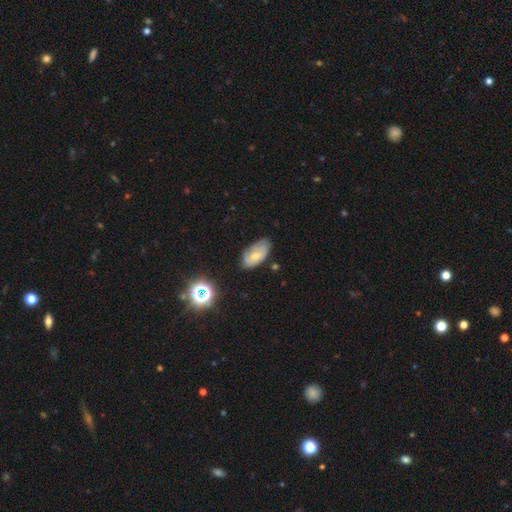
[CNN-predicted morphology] Q: Smooth or featured?
A: smooth (55%); runner-up: featured or disk (35%)
Q: How rounded?
A: in between (92%); runner-up: round (5%)
Q: Merging?
A: none (60%); runner-up: minor disturbance (32%)